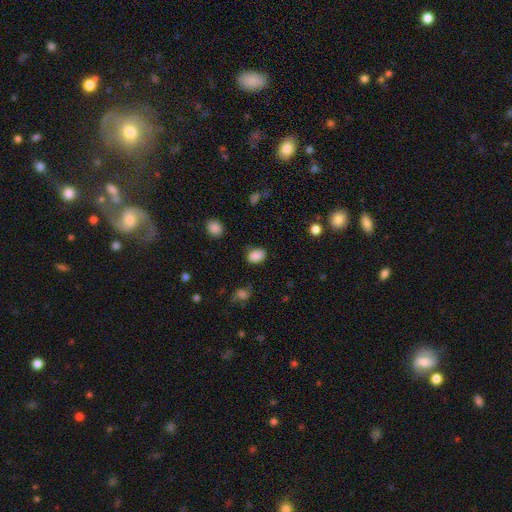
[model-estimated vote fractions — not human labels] A smooth galaxy with no disk features (86%) that is in between round and cigar-shaped (75%).

Vote fractions:
- Smooth or featured? smooth: 86% / star or artifact: 10% / featured or disk: 5%
- How rounded? in between: 75% / round: 24% / cigar-shaped: 1%
- Merging? none: 74% / minor disturbance: 19% / major disturbance: 5% / merger: 2%